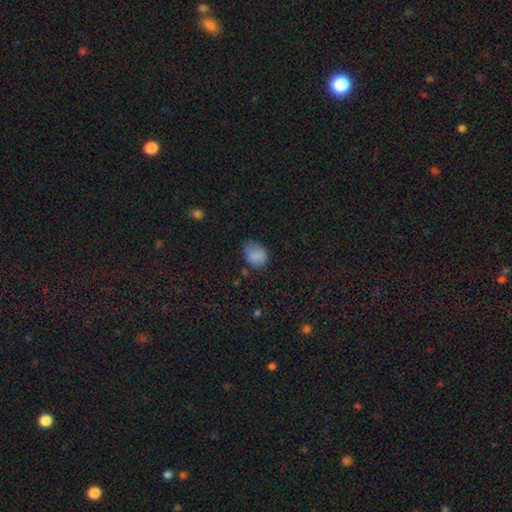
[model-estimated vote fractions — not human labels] Smooth or featured? smooth (84%)
How rounded? in between (67%)
Merging? none (59%)